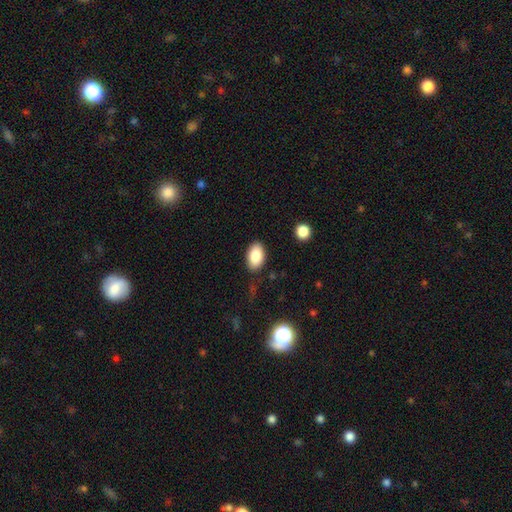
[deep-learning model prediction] Smooth or featured: smooth — 86% (star or artifact — 7%)
How rounded: in between — 92% (round — 6%)
Merging: none — 86% (minor disturbance — 10%)